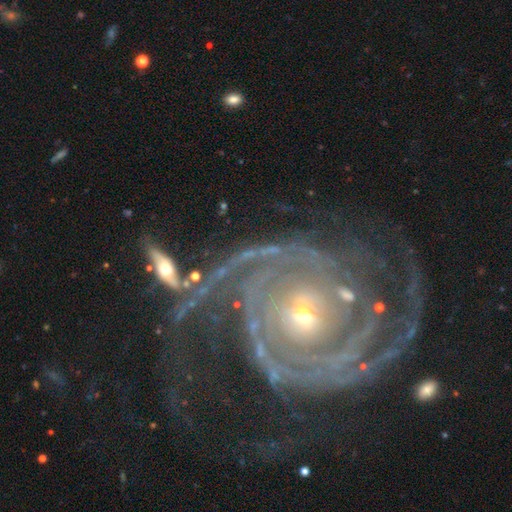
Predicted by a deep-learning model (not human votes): Morphology: type=featured or disk (91%); edge-on=no (97%); bar=no (71%); spiral arms=yes (98%); winding=tight (65%); arm count=2 (45%); bulge=small (66%); merging=none (55%).